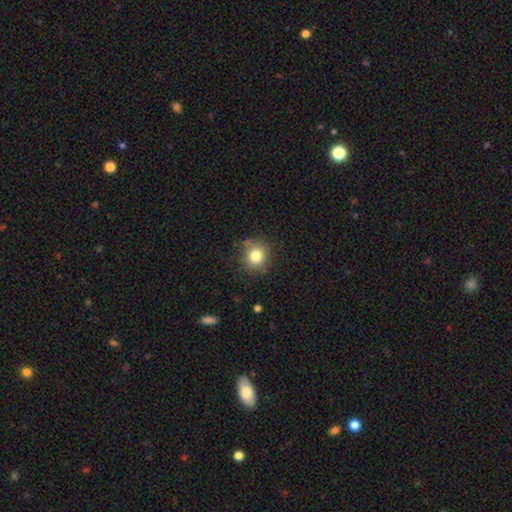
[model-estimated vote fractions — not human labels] Overall: smooth (81%). How rounded: round (87%). Merging: none (81%).